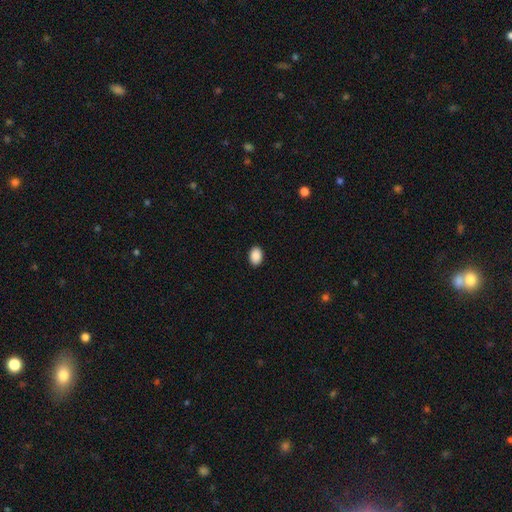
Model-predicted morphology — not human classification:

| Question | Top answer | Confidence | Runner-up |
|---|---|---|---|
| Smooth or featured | smooth | 90% | star or artifact (7%) |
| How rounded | in between | 80% | round (19%) |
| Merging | none | 91% | minor disturbance (7%) |